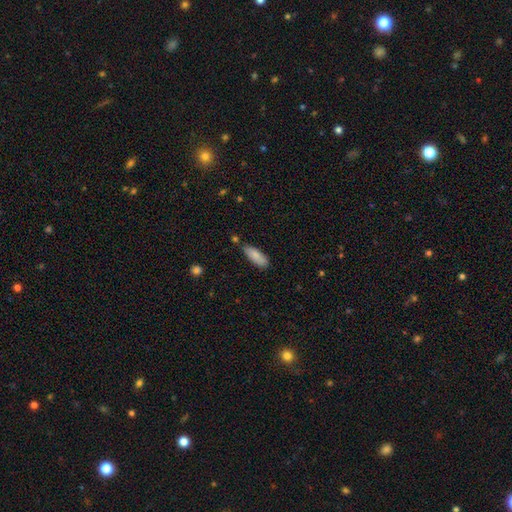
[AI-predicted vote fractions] smooth_or_featured: smooth (p=0.83) [alt: featured or disk p=0.11]
how_rounded: in between (p=0.66) [alt: cigar-shaped p=0.32]
merging: none (p=0.72) [alt: minor disturbance p=0.20]